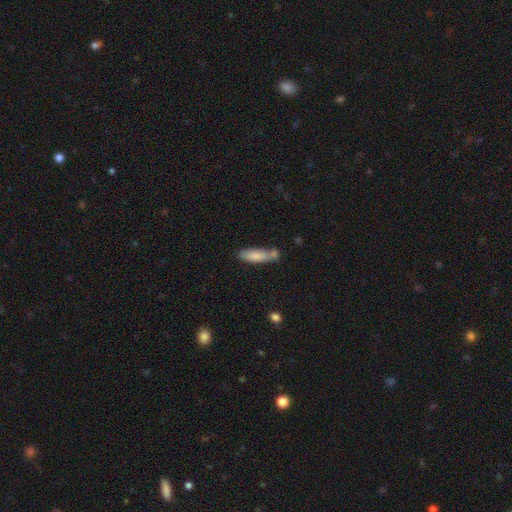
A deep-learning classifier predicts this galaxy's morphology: Smooth or featured: smooth — 77% (featured or disk — 16%)
How rounded: cigar-shaped — 52% (in between — 46%)
Merging: none — 55% (merger — 23%)